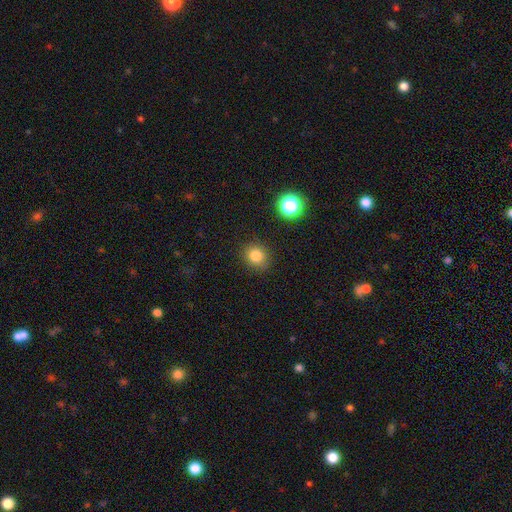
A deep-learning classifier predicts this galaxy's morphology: Smooth or featured: smooth — 81% (star or artifact — 13%)
How rounded: round — 78% (in between — 21%)
Merging: none — 87% (minor disturbance — 8%)